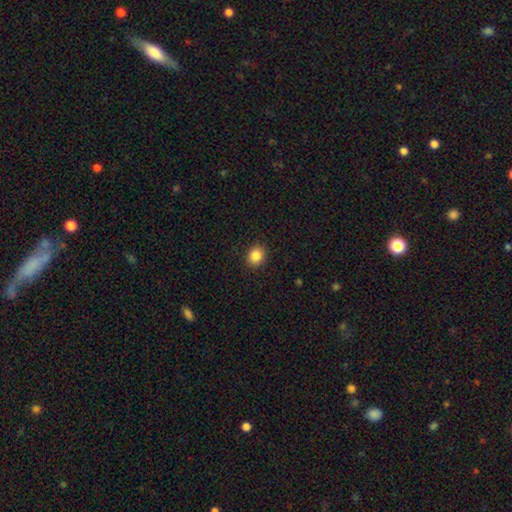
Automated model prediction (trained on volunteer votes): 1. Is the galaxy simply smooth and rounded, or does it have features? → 86% smooth, 10% star or artifact, 4% featured or disk.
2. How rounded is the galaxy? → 66% round, 33% in between, 1% cigar-shaped.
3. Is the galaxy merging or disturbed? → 91% none, 6% minor disturbance, 2% major disturbance, 1% merger.